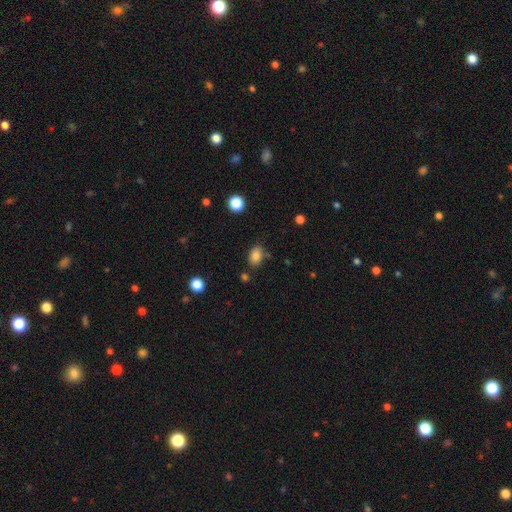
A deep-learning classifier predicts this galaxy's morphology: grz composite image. It shows a smooth galaxy with no disk features (84%) that is in between round and cigar-shaped (80%). Merging: none (77%).